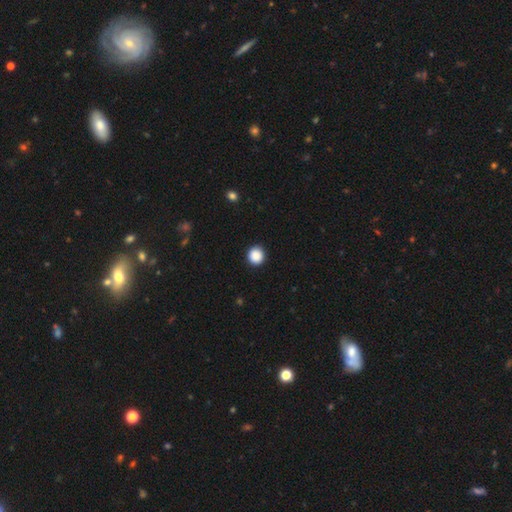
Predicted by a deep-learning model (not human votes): smooth 89%, star or artifact 9%, featured or disk 2%. Down the decision tree: how rounded — round (93%); merging — none (92%).